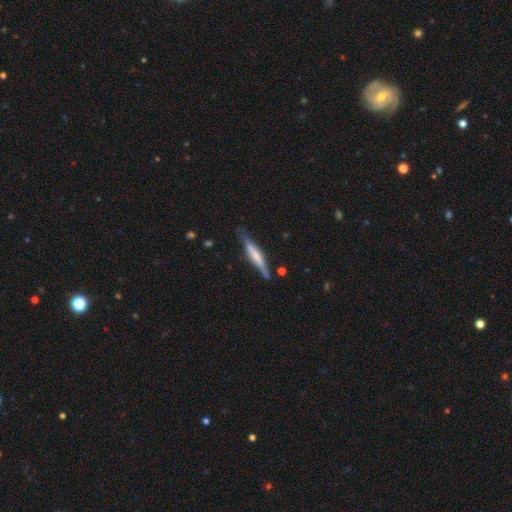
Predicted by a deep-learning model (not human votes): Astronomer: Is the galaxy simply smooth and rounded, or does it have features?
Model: featured or disk — 50% (runner-up: smooth, 45%).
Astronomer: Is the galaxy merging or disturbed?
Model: none — 76%.